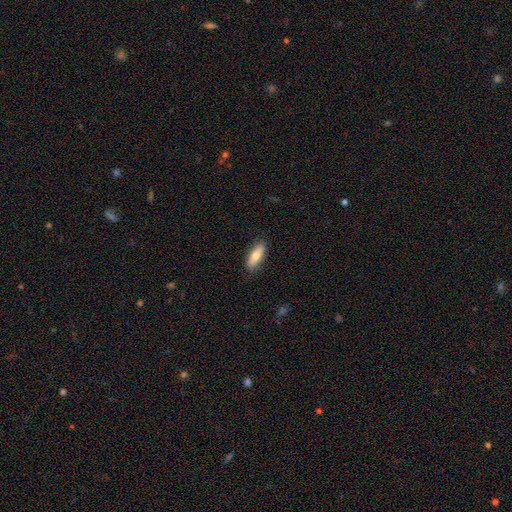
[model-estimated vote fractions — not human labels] smooth_or_featured: smooth (p=0.70) [alt: featured or disk p=0.24]
how_rounded: in between (p=0.67) [alt: cigar-shaped p=0.31]
merging: none (p=0.87) [alt: minor disturbance p=0.10]